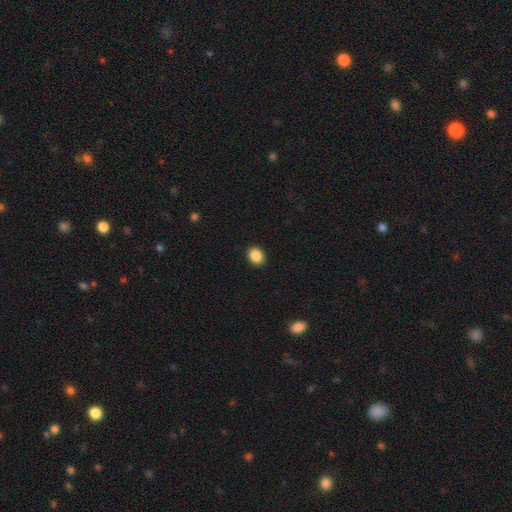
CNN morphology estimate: This is clearly a smooth galaxy (89%). How rounded: possibly in between (56%). Merging: clearly none (91%).